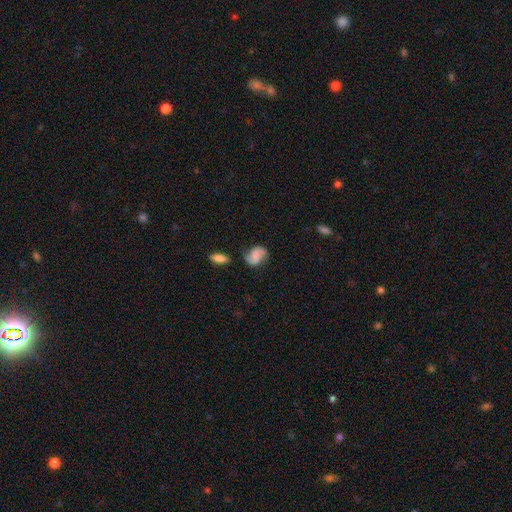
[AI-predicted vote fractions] Smooth or featured? featured or disk (61%)
Edge-on disk? no (97%)
Bar? no (57%)
Spiral arms? yes (93%)
Spiral winding? medium (41%, tied with loose)
Spiral arm count? 2 (90%)
Bulge size? none (55%)
Merging? none (68%)